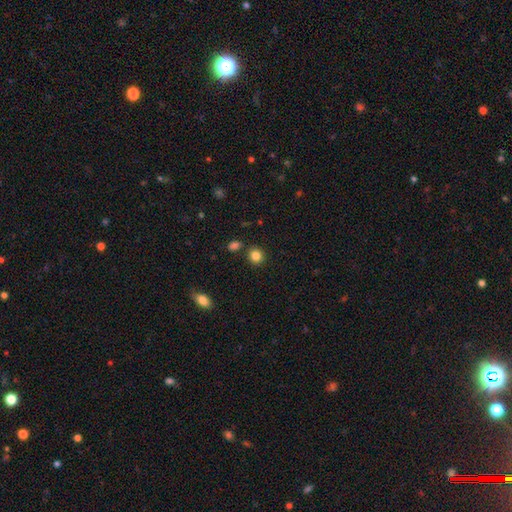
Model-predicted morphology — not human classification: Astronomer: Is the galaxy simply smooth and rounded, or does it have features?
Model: smooth — 85%.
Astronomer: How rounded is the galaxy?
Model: round — 84%.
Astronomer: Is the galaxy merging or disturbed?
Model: none — 84%.